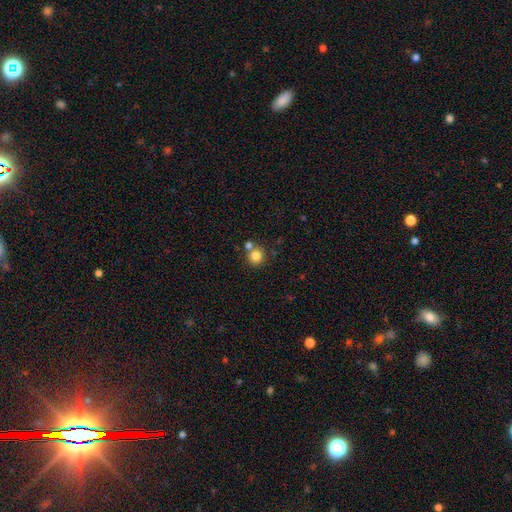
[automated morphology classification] Smooth or featured? Predicted: smooth (p=0.82). How rounded? Predicted: round (p=0.90). Merging? Predicted: none (p=0.65).